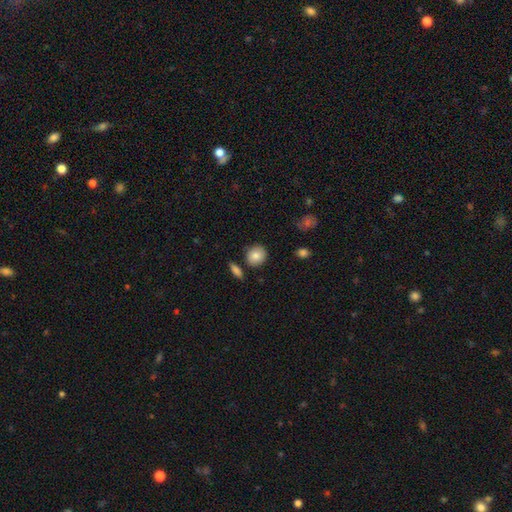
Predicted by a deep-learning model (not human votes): The model was most divided on "how rounded": round: 82%, in between: 17%, cigar-shaped: 1%. More confident: smooth or featured — smooth (83%); merging — none (83%).